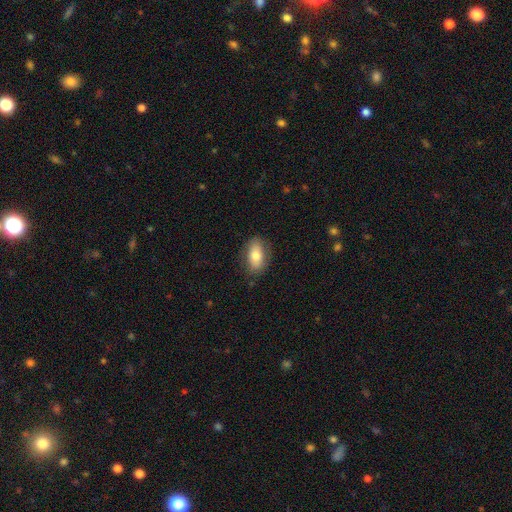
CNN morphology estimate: A smooth galaxy with no disk features (75%) that is in between round and cigar-shaped (88%). Merging: none (83%).